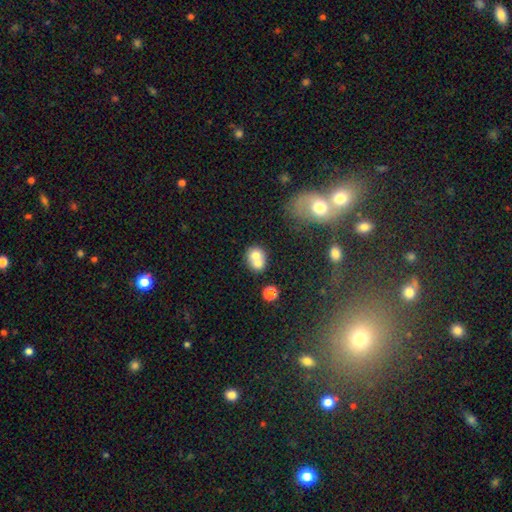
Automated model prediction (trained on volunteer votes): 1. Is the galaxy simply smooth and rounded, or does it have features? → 68% smooth, 21% featured or disk, 10% star or artifact.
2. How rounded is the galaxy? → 71% round, 28% in between, 1% cigar-shaped.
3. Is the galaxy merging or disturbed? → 63% merger, 27% none, 7% minor disturbance, 3% major disturbance.